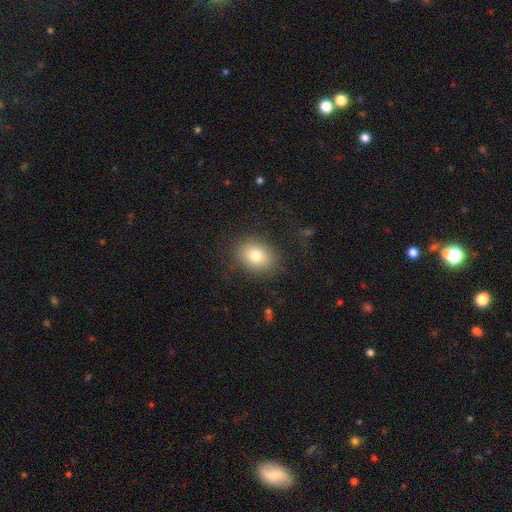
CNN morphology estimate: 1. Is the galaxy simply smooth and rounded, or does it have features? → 79% smooth, 11% featured or disk, 10% star or artifact.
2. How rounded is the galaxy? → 62% in between, 37% round, 1% cigar-shaped.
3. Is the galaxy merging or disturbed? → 84% none, 10% minor disturbance, 5% major disturbance, 1% merger.